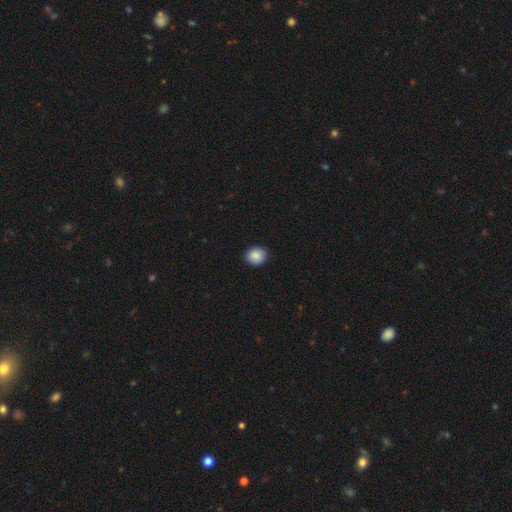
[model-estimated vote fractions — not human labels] smooth_or_featured: smooth (p=0.88) [alt: star or artifact p=0.08]
how_rounded: round (p=0.84) [alt: in between p=0.16]
merging: none (p=0.90) [alt: minor disturbance p=0.07]